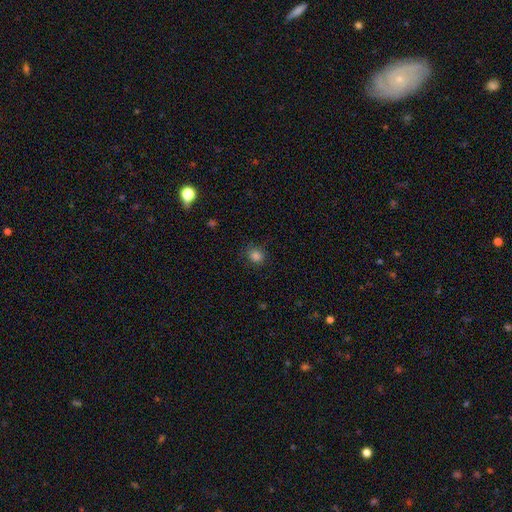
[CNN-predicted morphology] A smooth galaxy with no disk features (84%) that is round (80%). Merging: none (82%).